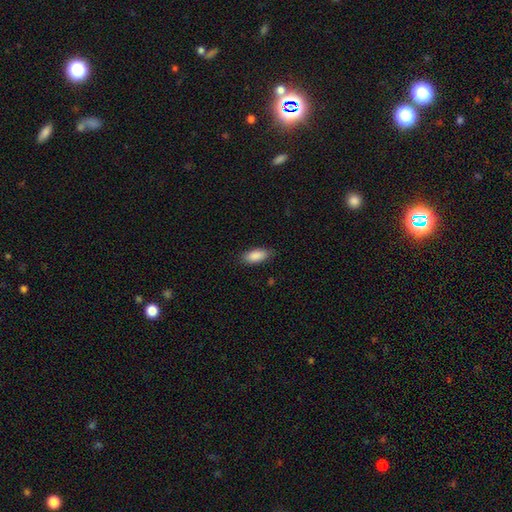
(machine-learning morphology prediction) smooth_or_featured: smooth (p=0.88) [alt: star or artifact p=0.06]
how_rounded: in between (p=0.84) [alt: cigar-shaped p=0.14]
merging: none (p=0.83) [alt: minor disturbance p=0.13]